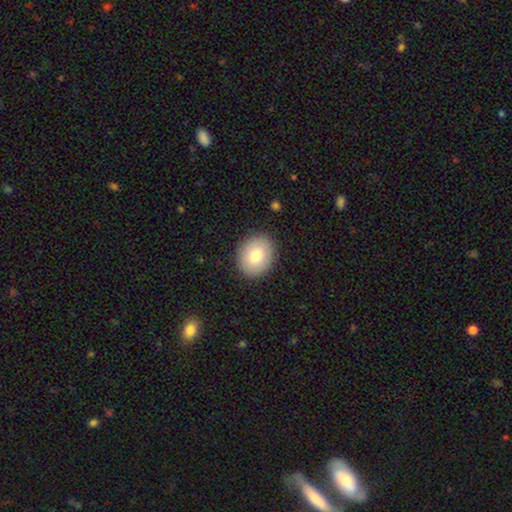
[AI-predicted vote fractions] Morphology: type=smooth (79%); roundness=round (56%); merging=none (89%).